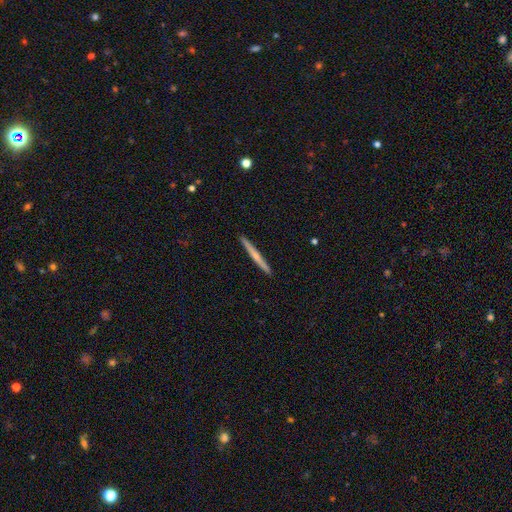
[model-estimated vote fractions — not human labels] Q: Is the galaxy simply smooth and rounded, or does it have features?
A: smooth — 48%.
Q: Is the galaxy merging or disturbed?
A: none — 93%.